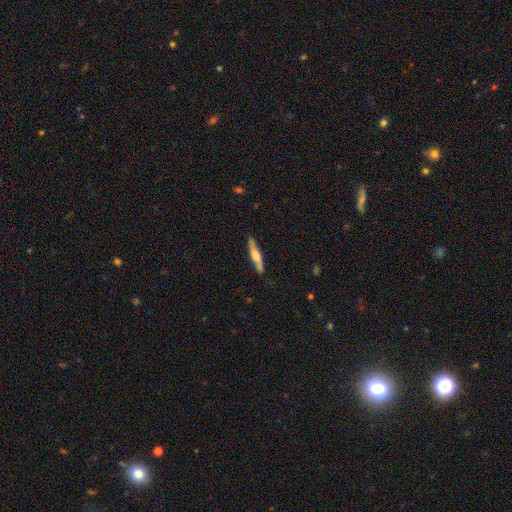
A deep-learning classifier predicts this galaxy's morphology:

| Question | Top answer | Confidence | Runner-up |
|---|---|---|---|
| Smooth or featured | featured or disk | 49% | smooth (46%) |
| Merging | none | 83% | minor disturbance (13%) |